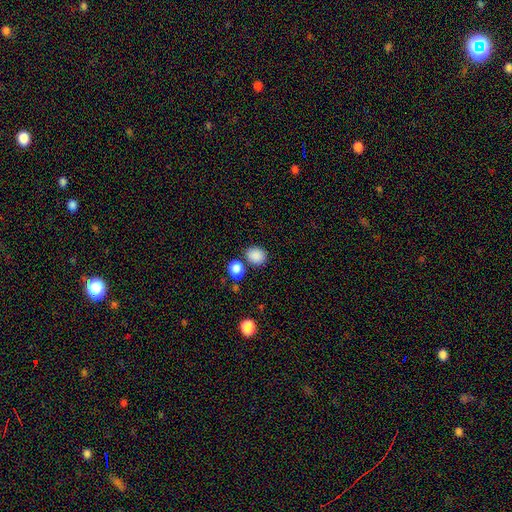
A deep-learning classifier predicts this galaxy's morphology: This appears to be a smooth galaxy with no disk features (87%) that is round (53%). Merging: none (72%).